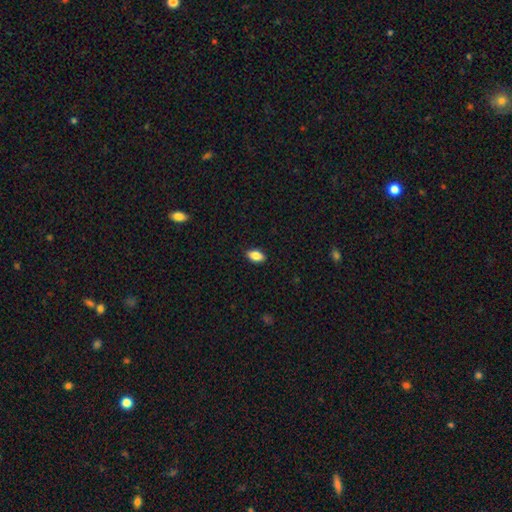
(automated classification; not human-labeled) Q: Smooth or featured?
A: smooth (85%); runner-up: star or artifact (8%)
Q: How rounded?
A: in between (90%); runner-up: round (6%)
Q: Merging?
A: none (88%); runner-up: minor disturbance (9%)